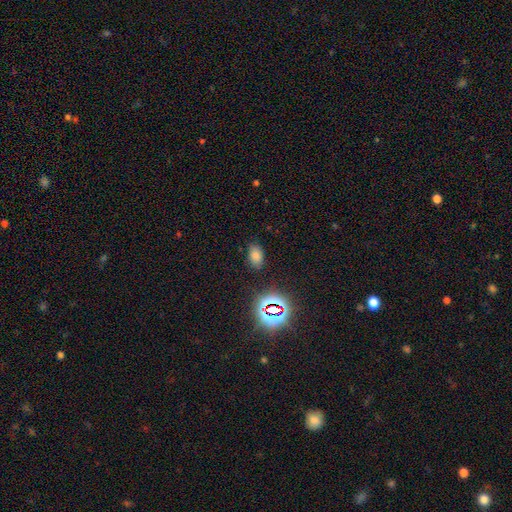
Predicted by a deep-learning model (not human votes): This is likely a smooth galaxy (71%). How rounded: clearly in between (89%). Merging: clearly none (82%).